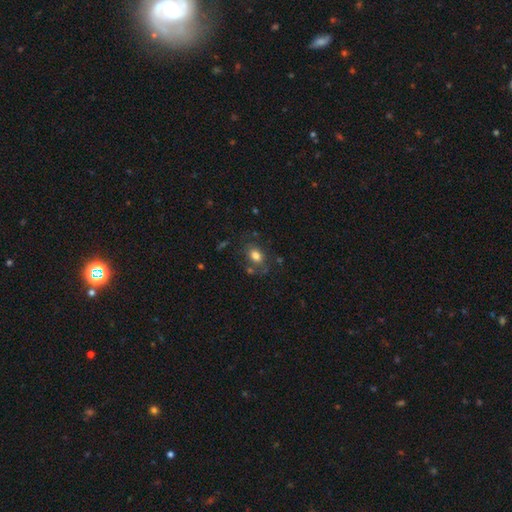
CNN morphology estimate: This is likely a smooth galaxy (76%). How rounded: likely in between (77%). Merging: likely none (66%).